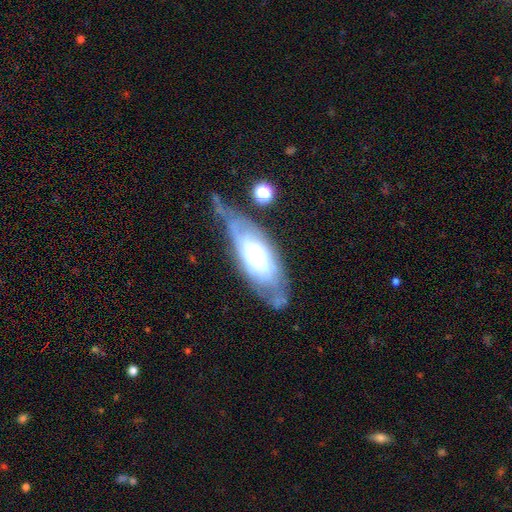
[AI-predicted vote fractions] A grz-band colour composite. It shows a featured or disk galaxy (60%). Merging: none (49%).